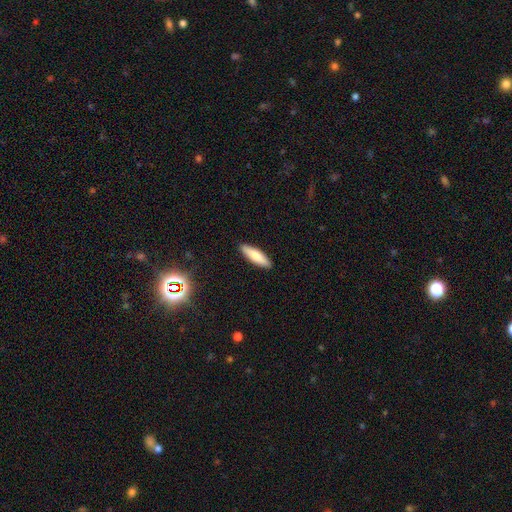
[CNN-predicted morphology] smooth_or_featured: smooth (p=0.74) [alt: featured or disk p=0.20]
how_rounded: cigar-shaped (p=0.62) [alt: in between p=0.36]
merging: none (p=0.90) [alt: minor disturbance p=0.07]